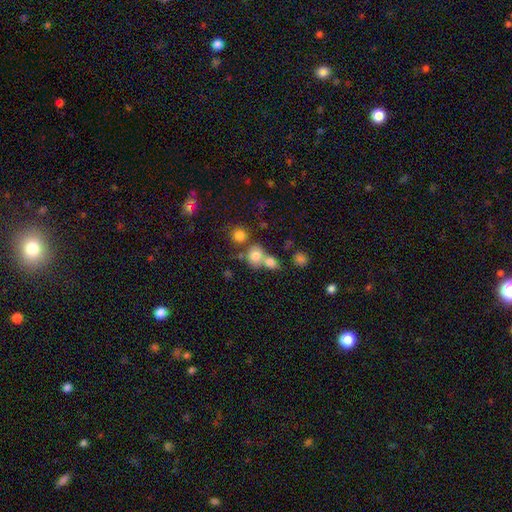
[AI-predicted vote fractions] smooth 77%, star or artifact 13%, featured or disk 10%. Down the decision tree: how rounded — round (75%); merging — merger (46%).